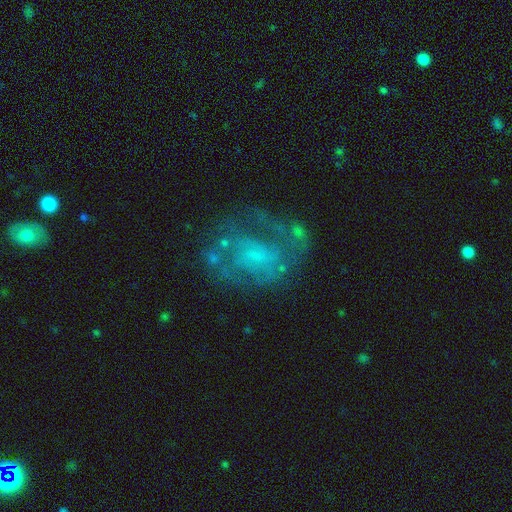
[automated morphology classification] Smooth or featured? Predicted: featured or disk (p=0.72). Edge-on disk? Predicted: no (p=0.98). Bar? Predicted: no (p=0.63). Spiral arms? Predicted: yes (p=0.68). Bulge size? Predicted: small (p=0.41). Merging? Predicted: none (p=0.58).